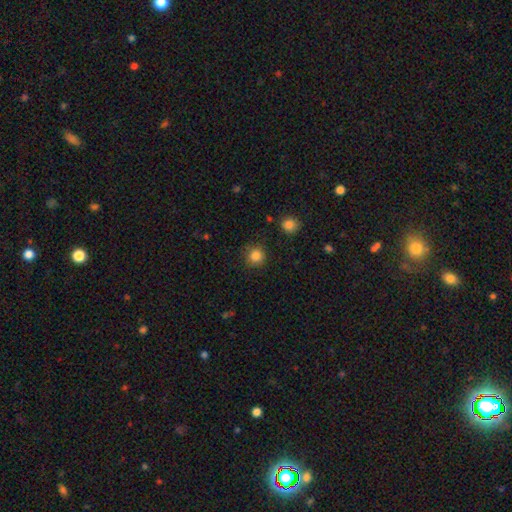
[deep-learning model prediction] smooth 85%, star or artifact 11%, featured or disk 4%. Down the decision tree: how rounded — round (93%); merging — none (87%).